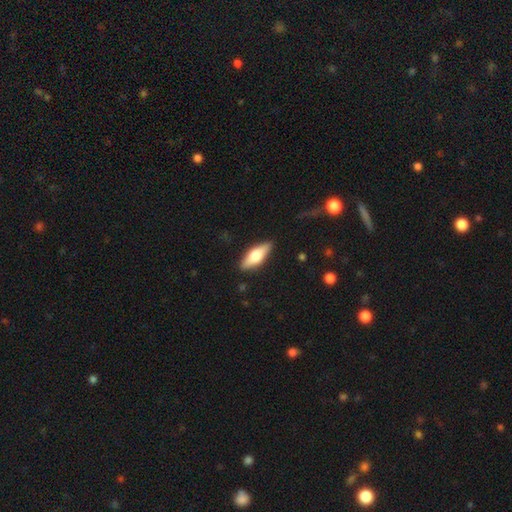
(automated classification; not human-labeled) Smooth or featured? Predicted: smooth (p=0.58). How rounded? Predicted: in between (p=0.64). Merging? Predicted: none (p=0.88).